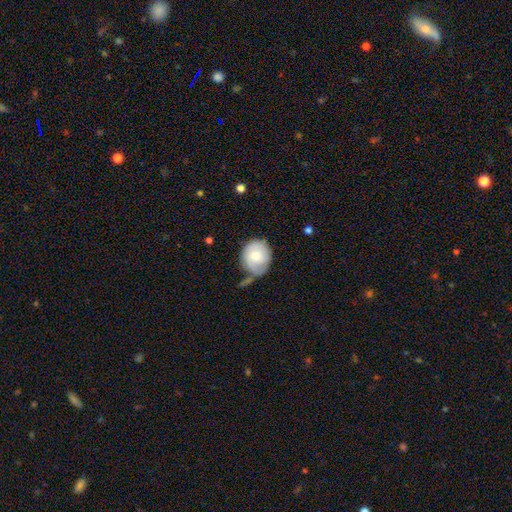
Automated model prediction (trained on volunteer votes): This is possibly a featured or disk galaxy (47%, tied with smooth). Merging: possibly none (46%).